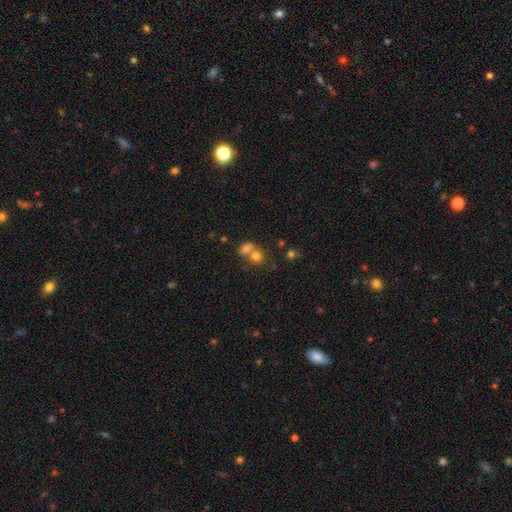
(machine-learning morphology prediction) smooth-or-featured: smooth: 74% | star or artifact: 13% | featured or disk: 13%
  how-rounded: round: 69% | in between: 30% | cigar-shaped: 1%
  merging: merger: 56% | none: 34% | minor disturbance: 7% | major disturbance: 3%